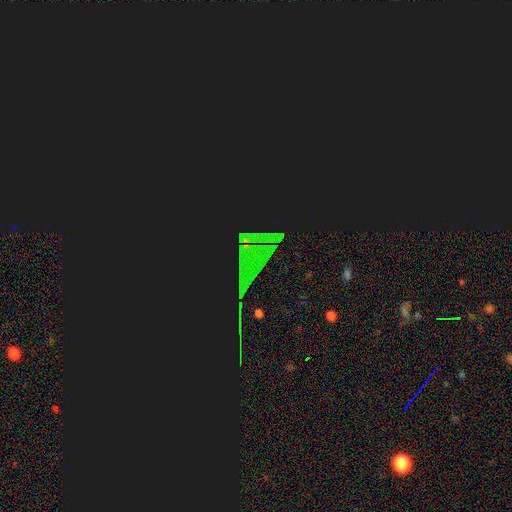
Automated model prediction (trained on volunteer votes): Smooth or featured: star or artifact — 83% (smooth — 10%)